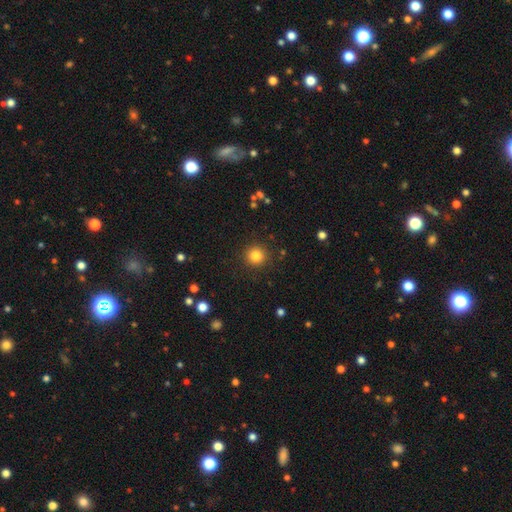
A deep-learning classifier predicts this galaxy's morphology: smooth-or-featured: smooth: 83% | star or artifact: 12% | featured or disk: 5%
  how-rounded: round: 94% | in between: 5% | cigar-shaped: 1%
  merging: none: 90% | minor disturbance: 6% | major disturbance: 3% | merger: 1%